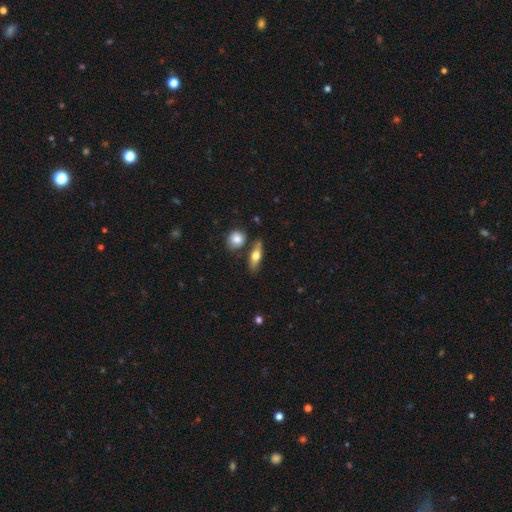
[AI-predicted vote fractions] Q: Smooth or featured?
A: smooth (60%); runner-up: featured or disk (33%)
Q: How rounded?
A: in between (53%); runner-up: cigar-shaped (41%)
Q: Merging?
A: none (75%); runner-up: minor disturbance (11%)